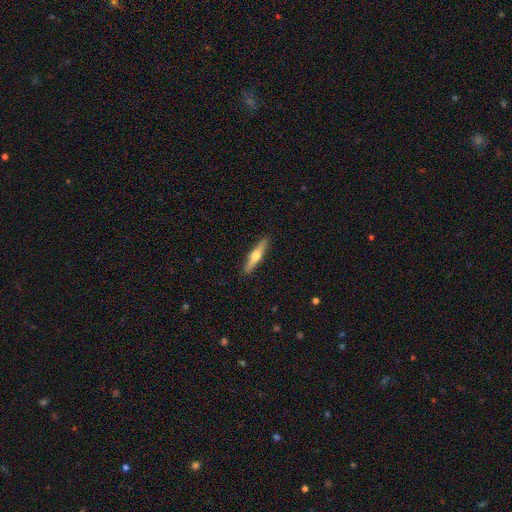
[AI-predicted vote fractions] featured or disk 59%, smooth 35%, star or artifact 5%. Down the decision tree: edge-on disk — yes (96%); edge-on bulge — rounded (94%); merging — none (91%).